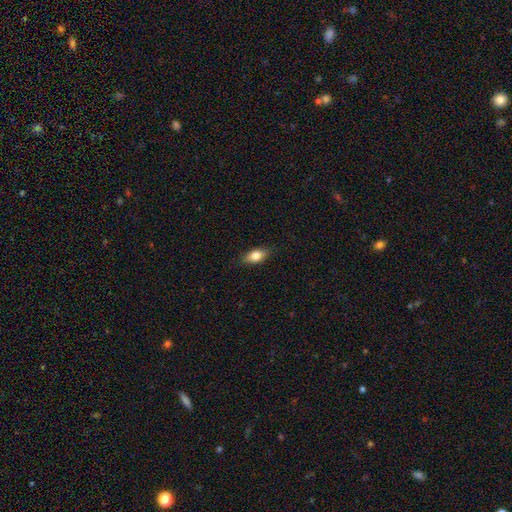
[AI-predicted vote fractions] smooth-or-featured: smooth: 80% | featured or disk: 13% | star or artifact: 7%
  how-rounded: in between: 85% | cigar-shaped: 9% | round: 6%
  merging: none: 86% | minor disturbance: 11% | major disturbance: 2% | merger: 1%